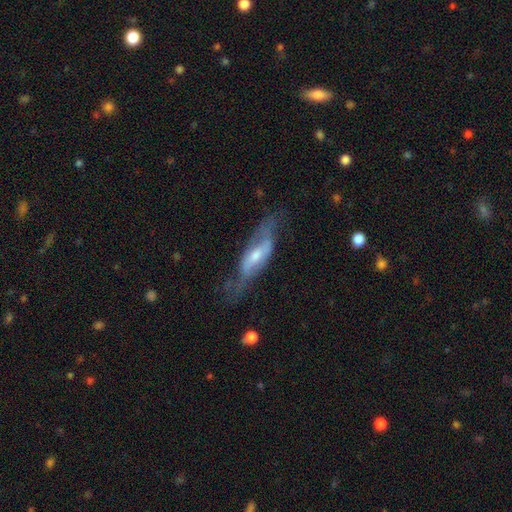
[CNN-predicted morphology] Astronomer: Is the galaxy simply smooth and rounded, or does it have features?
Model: featured or disk — 68%.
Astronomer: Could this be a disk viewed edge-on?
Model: no — 64%.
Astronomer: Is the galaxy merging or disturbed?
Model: none — 55%.